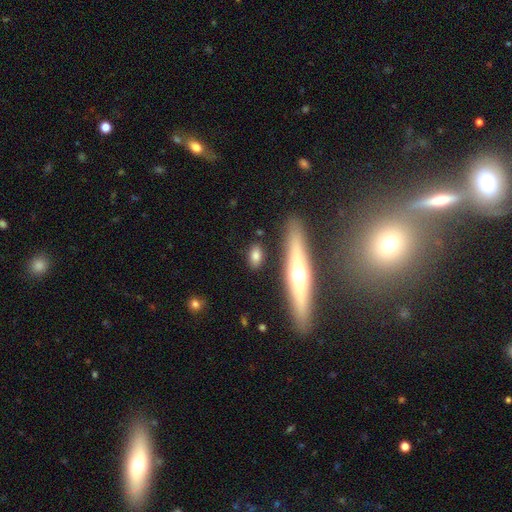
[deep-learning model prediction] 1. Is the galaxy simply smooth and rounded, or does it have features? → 71% smooth, 20% featured or disk, 9% star or artifact.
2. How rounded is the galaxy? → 69% in between, 18% cigar-shaped, 13% round.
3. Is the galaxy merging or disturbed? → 83% none, 10% minor disturbance, 4% merger, 3% major disturbance.